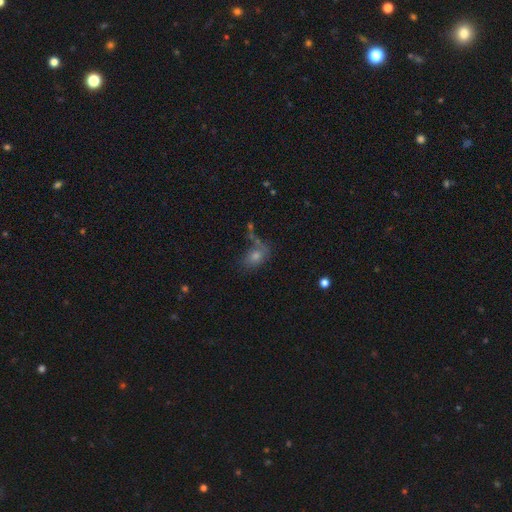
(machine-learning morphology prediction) Q: Smooth or featured?
A: smooth (63%); runner-up: star or artifact (20%)
Q: How rounded?
A: in between (71%); runner-up: round (26%)
Q: Merging?
A: none (58%); runner-up: minor disturbance (18%)